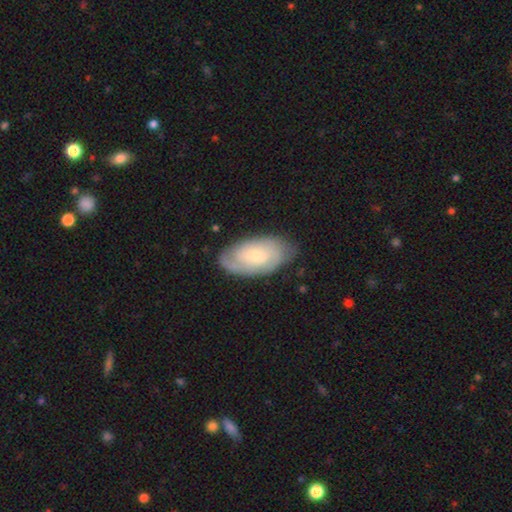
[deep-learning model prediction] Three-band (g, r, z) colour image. It shows a featured or disk galaxy (58%) with no bar (55%), spiral arms (84%) and a small central bulge (53%). Merging: none (75%).